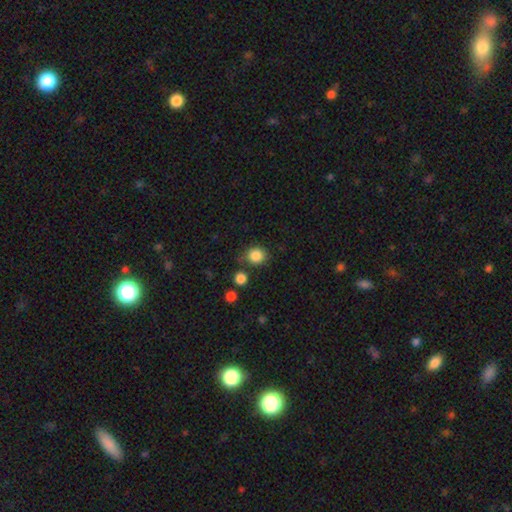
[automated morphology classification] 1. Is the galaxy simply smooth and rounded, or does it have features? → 85% smooth, 10% star or artifact, 4% featured or disk.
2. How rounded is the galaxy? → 85% round, 14% in between, 1% cigar-shaped.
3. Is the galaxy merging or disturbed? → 74% none, 14% minor disturbance, 8% merger, 4% major disturbance.